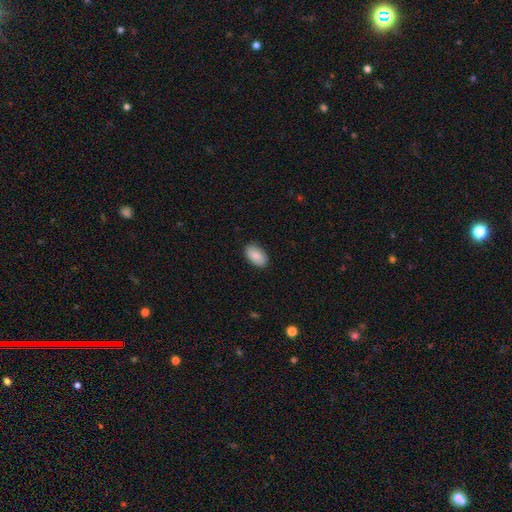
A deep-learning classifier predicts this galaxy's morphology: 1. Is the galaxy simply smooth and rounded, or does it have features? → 88% smooth, 6% star or artifact, 5% featured or disk.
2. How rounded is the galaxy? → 94% in between, 5% round, 1% cigar-shaped.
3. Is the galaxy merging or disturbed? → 88% none, 9% minor disturbance, 2% major disturbance, 1% merger.